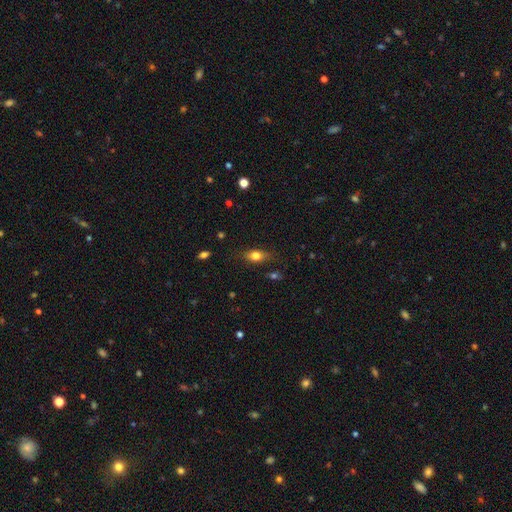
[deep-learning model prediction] This appears to be a smooth galaxy with no disk features (74%) that is in between round and cigar-shaped (74%). Merging: none (76%).